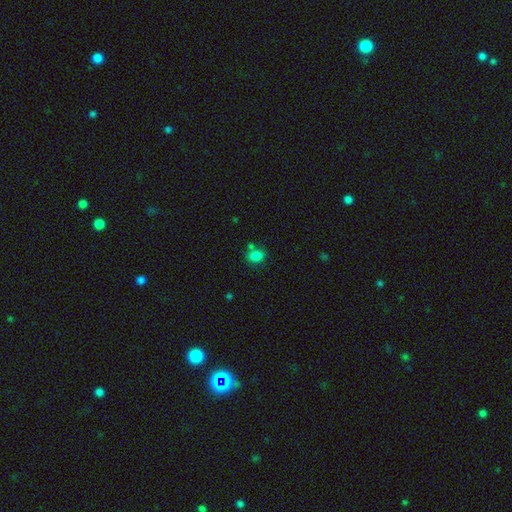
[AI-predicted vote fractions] Smooth or featured? smooth (83%)
How rounded? in between (65%)
Merging? none (65%)